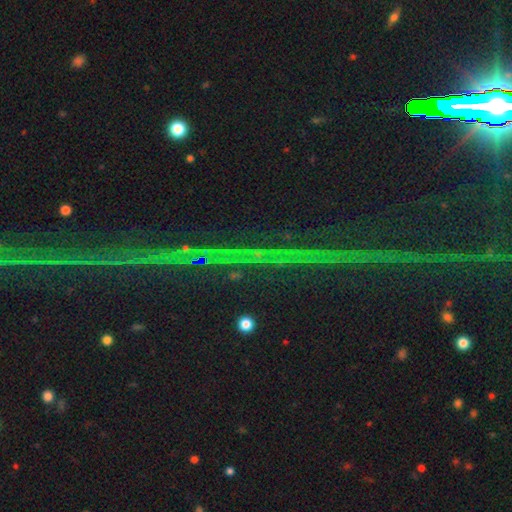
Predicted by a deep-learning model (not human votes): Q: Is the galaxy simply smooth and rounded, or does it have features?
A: star or artifact — 85%.